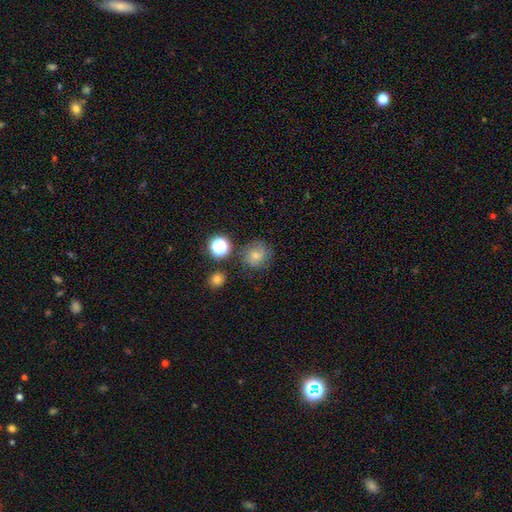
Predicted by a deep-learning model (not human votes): This appears to be a smooth galaxy with no disk features (71%) that is round (85%). Merging: none (72%).